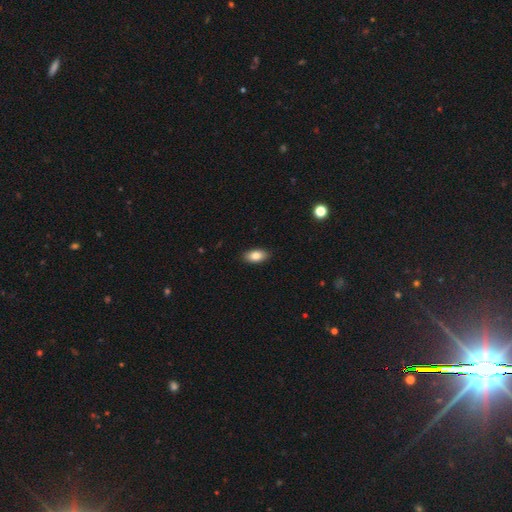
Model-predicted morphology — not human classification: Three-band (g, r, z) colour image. It shows a smooth galaxy with no disk features (84%) that is in between round and cigar-shaped (91%). Merging: none (89%).